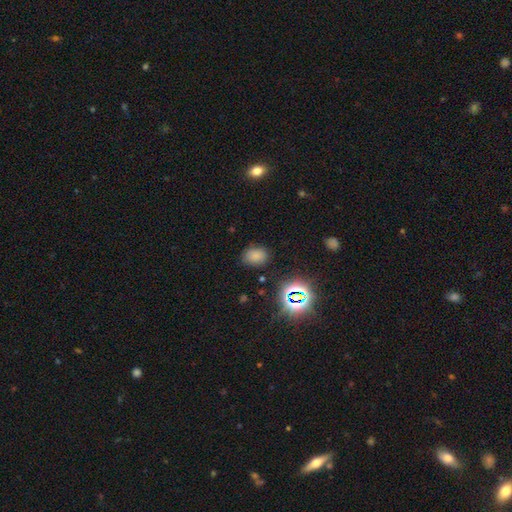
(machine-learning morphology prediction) This is likely a smooth galaxy (73%). How rounded: likely in between (67%). Merging: clearly none (82%).